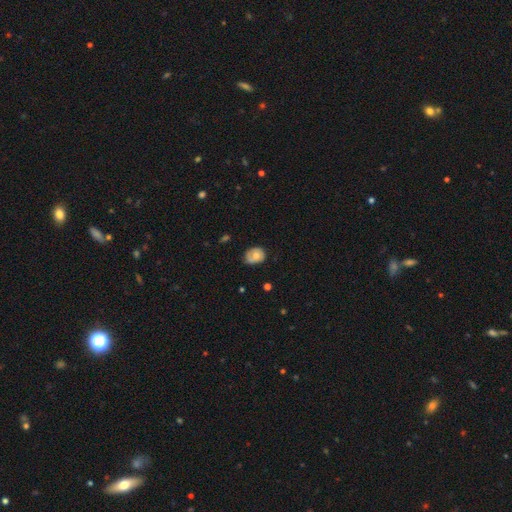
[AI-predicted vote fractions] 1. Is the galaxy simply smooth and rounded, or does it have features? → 58% smooth, 34% featured or disk, 8% star or artifact.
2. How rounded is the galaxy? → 50% round, 49% in between, 1% cigar-shaped.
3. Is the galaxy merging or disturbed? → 57% none, 33% minor disturbance, 8% major disturbance, 2% merger.